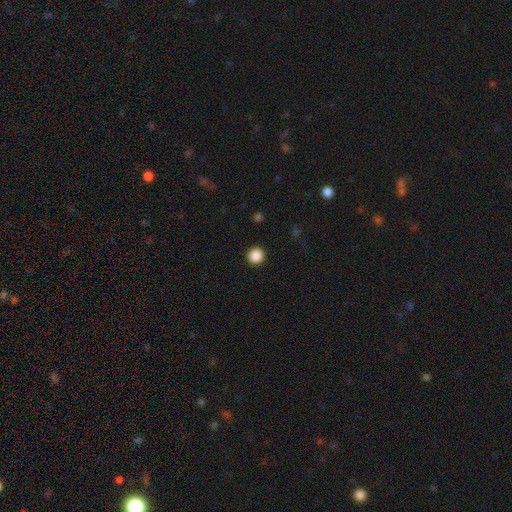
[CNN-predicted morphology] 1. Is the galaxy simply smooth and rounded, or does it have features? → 88% smooth, 10% star or artifact, 2% featured or disk.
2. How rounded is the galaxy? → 95% round, 4% in between, 1% cigar-shaped.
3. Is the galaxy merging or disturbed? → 93% none, 4% minor disturbance, 2% major disturbance, 1% merger.